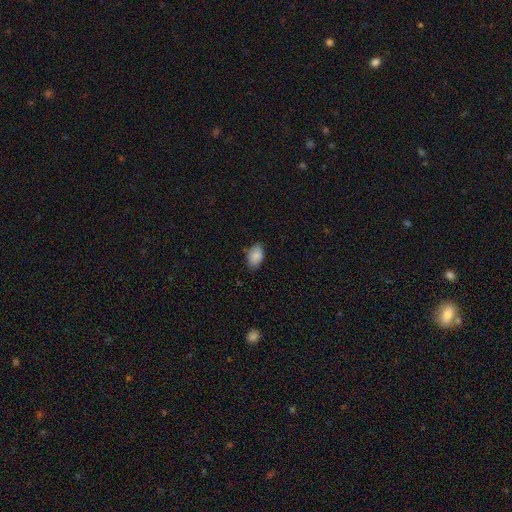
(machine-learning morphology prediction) The model was most divided on "merging": none: 79%, minor disturbance: 17%, major disturbance: 3%, merger: 1%. More confident: how rounded — in between (89%); smooth or featured — smooth (85%).